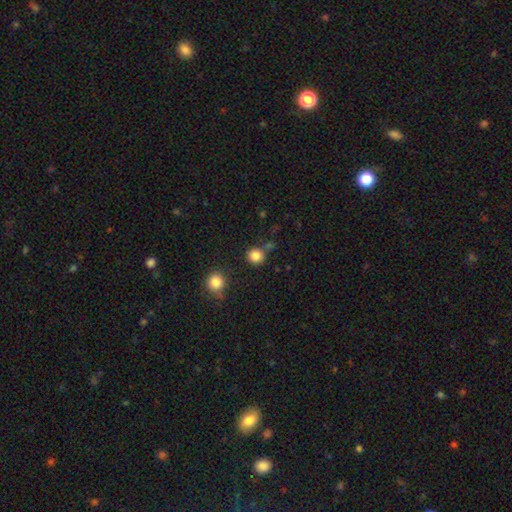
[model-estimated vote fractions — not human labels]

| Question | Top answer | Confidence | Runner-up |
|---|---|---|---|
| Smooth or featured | smooth | 84% | star or artifact (12%) |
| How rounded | round | 91% | in between (8%) |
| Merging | none | 80% | minor disturbance (9%) |